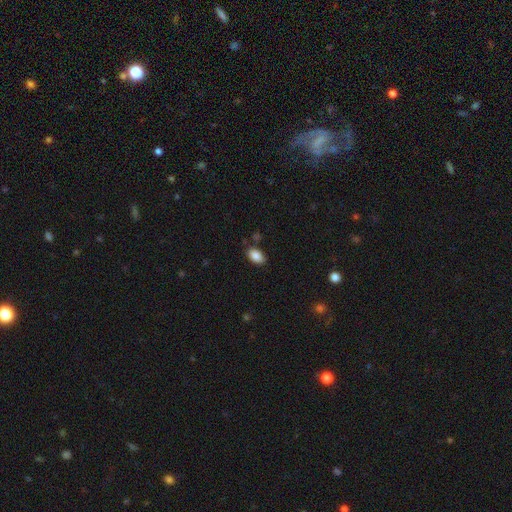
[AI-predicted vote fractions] Smooth or featured: smooth — 87% (star or artifact — 8%)
How rounded: in between — 92% (round — 6%)
Merging: none — 82% (minor disturbance — 12%)